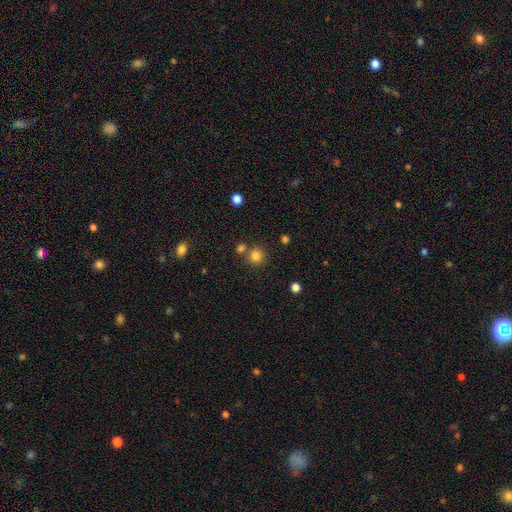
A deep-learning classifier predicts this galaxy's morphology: smooth-or-featured: smooth: 81% | star or artifact: 14% | featured or disk: 5%
  how-rounded: round: 90% | in between: 9% | cigar-shaped: 1%
  merging: none: 71% | merger: 18% | minor disturbance: 8% | major disturbance: 3%